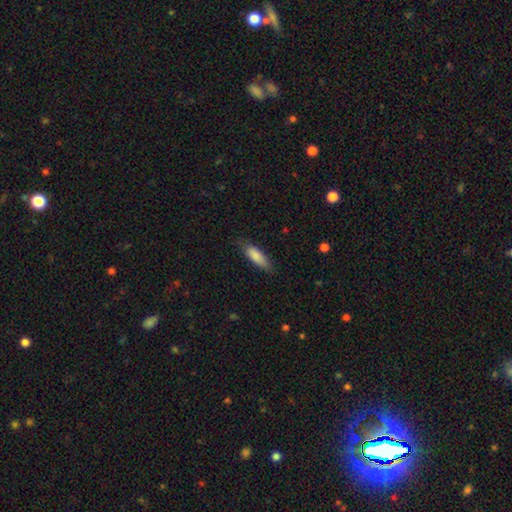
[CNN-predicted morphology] The model was most divided on "how rounded": in between: 57%, cigar-shaped: 42%, round: 2%. More confident: smooth or featured — smooth (85%); merging — none (78%).